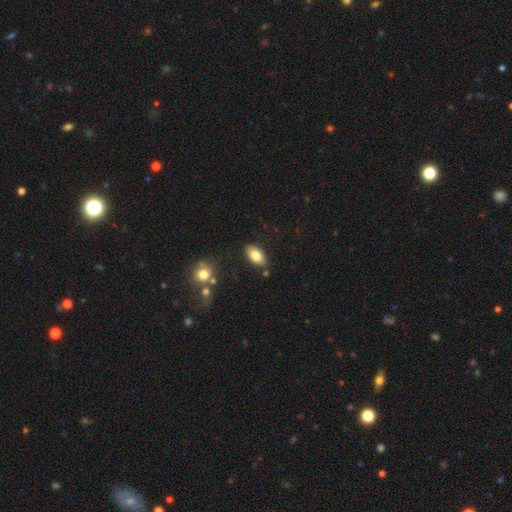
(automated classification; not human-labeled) smooth_or_featured: smooth (p=0.80) [alt: featured or disk p=0.12]
how_rounded: in between (p=0.92) [alt: round p=0.04]
merging: none (p=0.83) [alt: minor disturbance p=0.11]